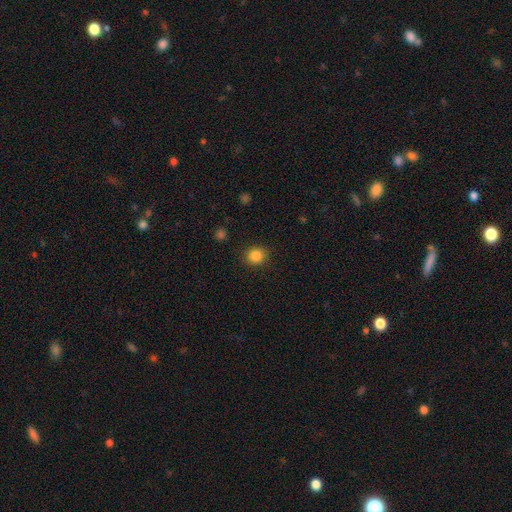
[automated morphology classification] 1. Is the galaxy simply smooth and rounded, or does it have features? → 85% smooth, 11% star or artifact, 4% featured or disk.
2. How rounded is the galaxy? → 83% round, 16% in between, 1% cigar-shaped.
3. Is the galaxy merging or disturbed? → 89% none, 7% minor disturbance, 2% major disturbance, 1% merger.